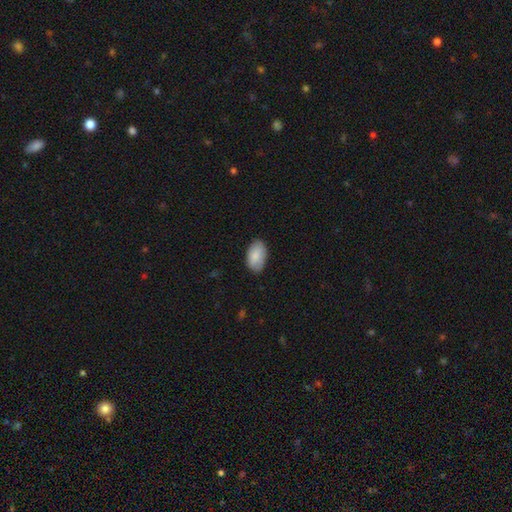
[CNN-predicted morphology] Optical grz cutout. It shows a smooth galaxy with no disk features (86%) that is in between round and cigar-shaped (94%). Merging: none (80%).